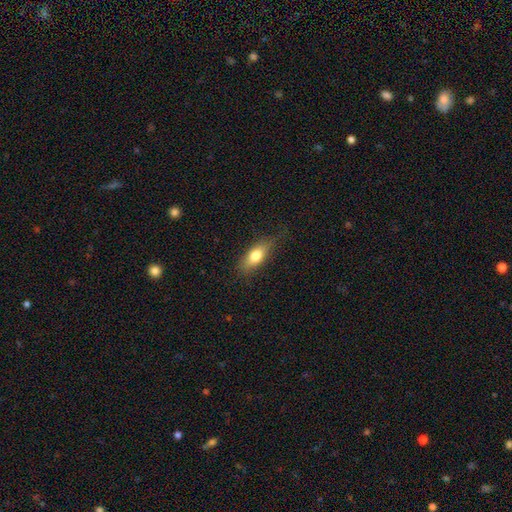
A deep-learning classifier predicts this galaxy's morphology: This is likely a smooth galaxy (74%). How rounded: likely in between (73%). Merging: likely none (72%).